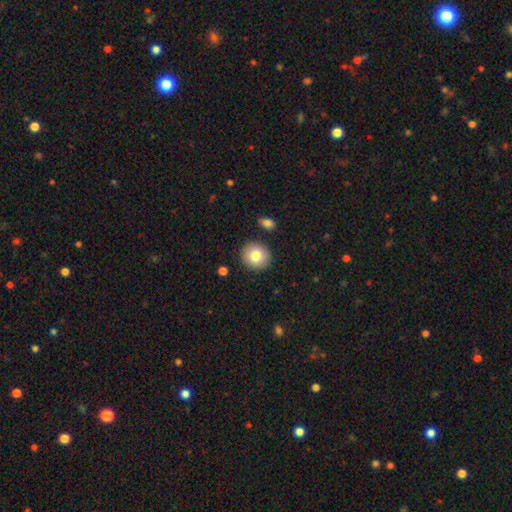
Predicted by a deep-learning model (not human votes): Smooth or featured? smooth (81%)
How rounded? round (87%)
Merging? none (88%)